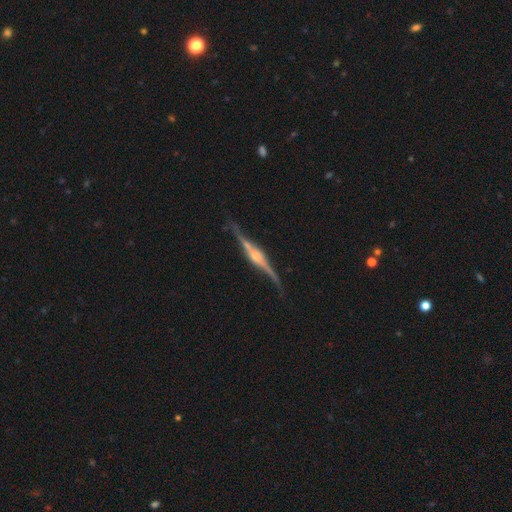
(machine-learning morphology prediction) Smooth or featured?
  - featured or disk: 87% *
  - smooth: 8%
  - star or artifact: 5%
Edge-on disk?
  - yes: 96% *
  - no: 4%
Edge-on bulge?
  - rounded: 78% *
  - boxy: 17%
  - none: 5%
Merging?
  - none: 78% *
  - minor disturbance: 15%
  - major disturbance: 4%
  - merger: 2%